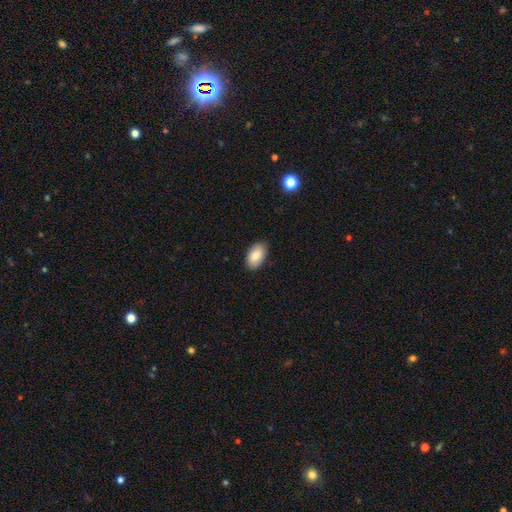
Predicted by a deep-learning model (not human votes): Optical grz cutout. It shows a smooth galaxy with no disk features (85%) that is in between round and cigar-shaped (94%). Merging: none (86%).